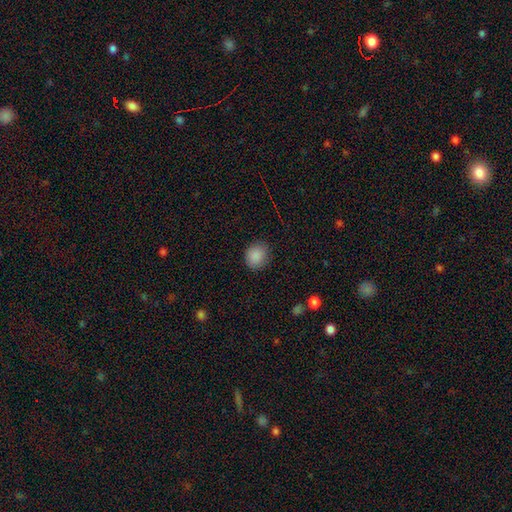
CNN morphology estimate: The model was most divided on "how rounded": round: 71%, in between: 28%, cigar-shaped: 1%. More confident: smooth or featured — smooth (88%); merging — none (85%).